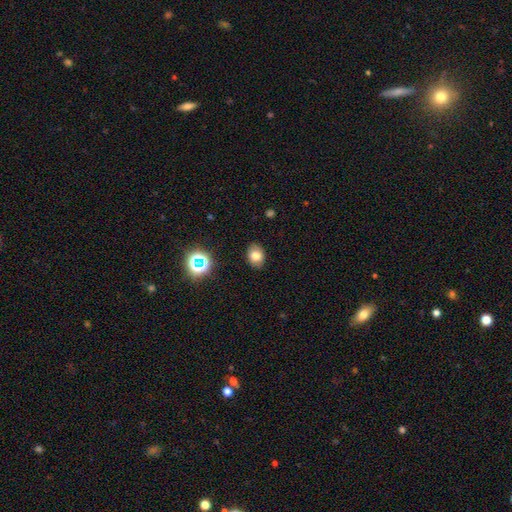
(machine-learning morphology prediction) Smooth or featured?
  - smooth: 76% *
  - star or artifact: 14%
  - featured or disk: 11%
How rounded?
  - in between: 65% *
  - round: 34%
  - cigar-shaped: 1%
Merging?
  - none: 86% *
  - minor disturbance: 10%
  - major disturbance: 3%
  - merger: 1%